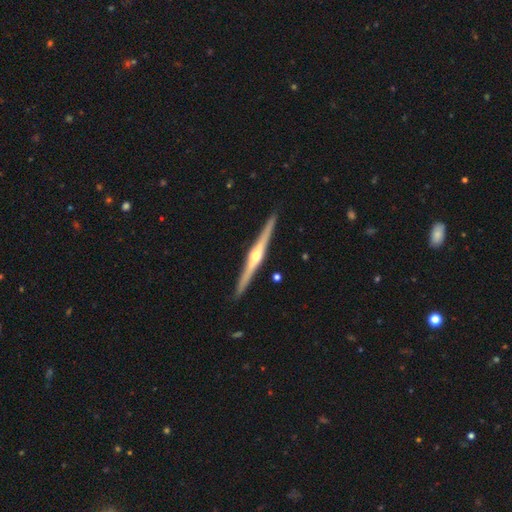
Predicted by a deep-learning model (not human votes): Smooth or featured? Predicted: featured or disk (p=0.84). Edge-on disk? Predicted: yes (p=0.99). Edge-on bulge? Predicted: rounded (p=0.94). Merging? Predicted: none (p=0.92).